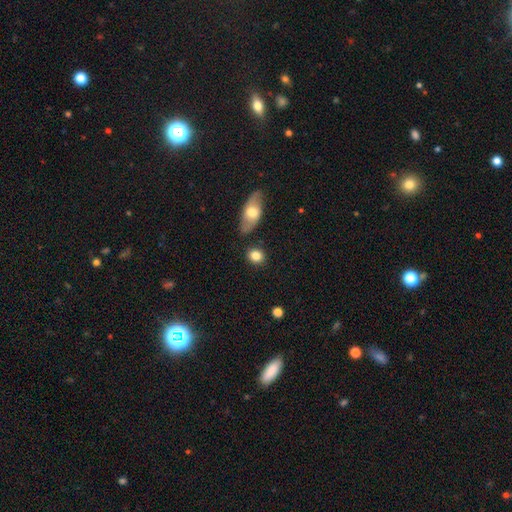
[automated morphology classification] Smooth or featured? Predicted: smooth (p=0.83). How rounded? Predicted: round (p=0.70). Merging? Predicted: none (p=0.82).